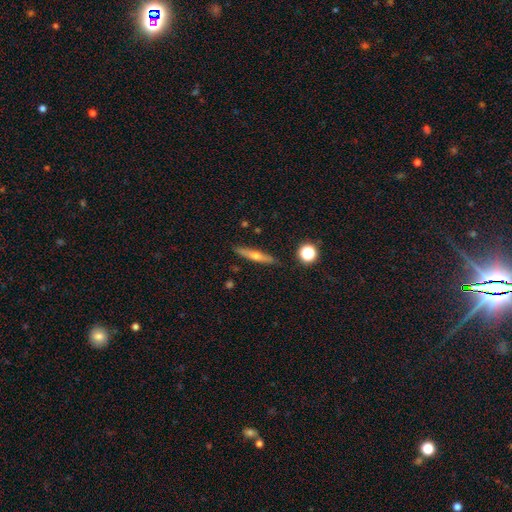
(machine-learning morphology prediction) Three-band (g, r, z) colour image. It shows a featured or disk galaxy (58%) viewed edge-on (95%) with a rounded central bulge (87%). Merging: none (89%).